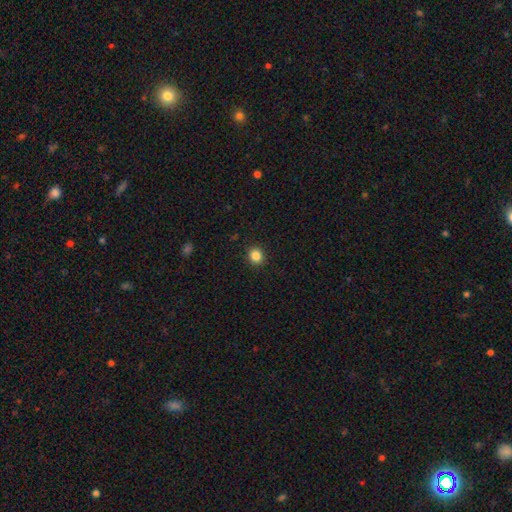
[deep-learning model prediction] smooth 85%, star or artifact 11%, featured or disk 4%. Down the decision tree: how rounded — round (85%); merging — none (92%).